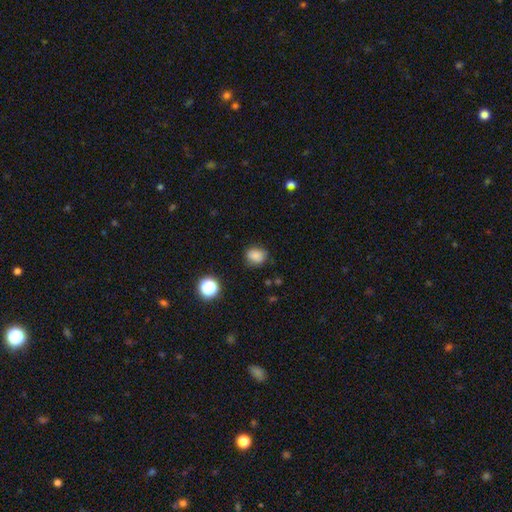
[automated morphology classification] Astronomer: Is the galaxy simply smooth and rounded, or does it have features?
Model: smooth — 81%.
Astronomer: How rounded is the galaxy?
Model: round — 60% (runner-up: in between, 39%).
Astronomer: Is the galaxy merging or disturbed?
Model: none — 74%.